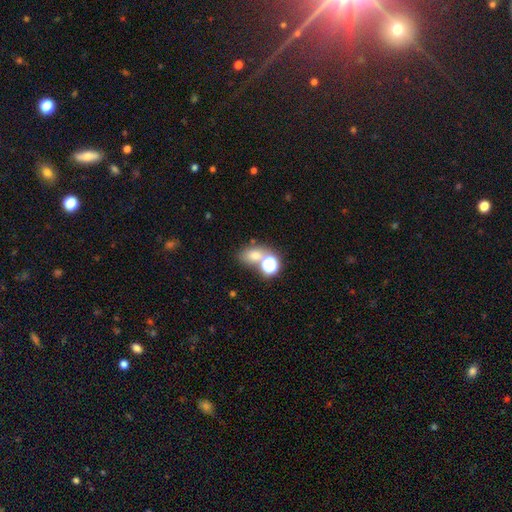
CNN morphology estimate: Smooth or featured? smooth (67%)
How rounded? in between (56%)
Merging? none (49%)